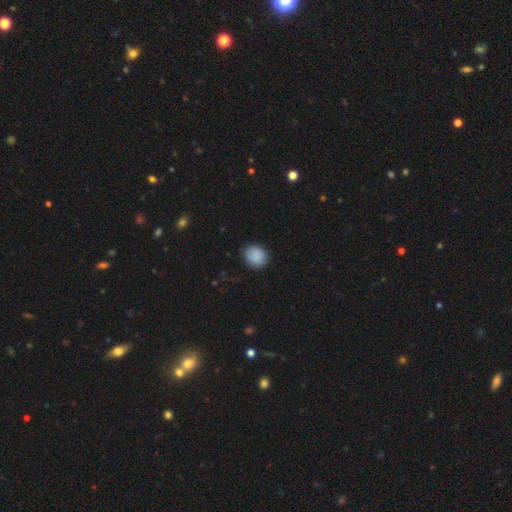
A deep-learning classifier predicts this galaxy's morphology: Smooth or featured: smooth — 89% (star or artifact — 8%)
How rounded: round — 74% (in between — 25%)
Merging: none — 86% (minor disturbance — 10%)